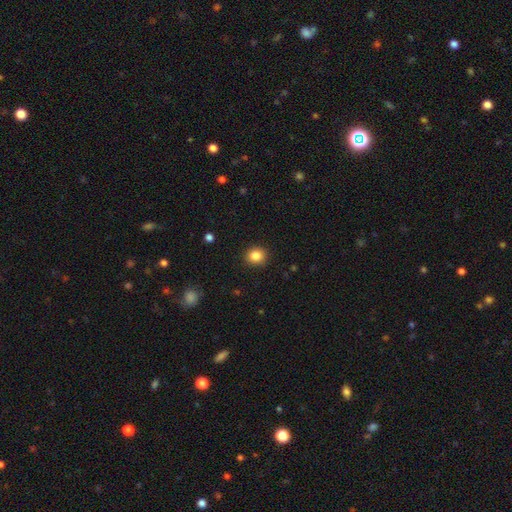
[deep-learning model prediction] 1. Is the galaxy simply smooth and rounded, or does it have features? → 85% smooth, 10% star or artifact, 4% featured or disk.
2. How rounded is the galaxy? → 81% round, 18% in between, 1% cigar-shaped.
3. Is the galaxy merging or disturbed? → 90% none, 7% minor disturbance, 2% major disturbance, 1% merger.